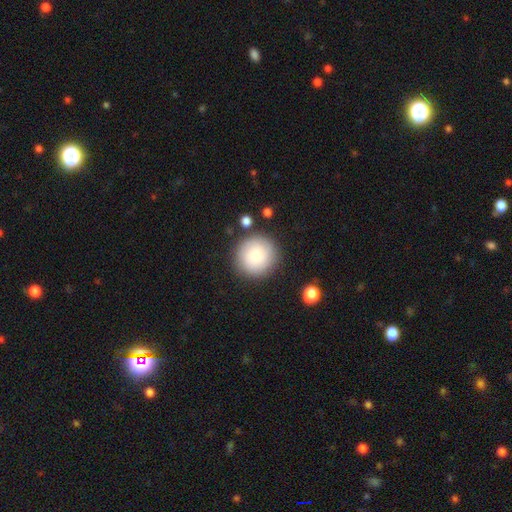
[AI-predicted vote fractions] The model was most divided on "smooth or featured": smooth: 81%, featured or disk: 11%, star or artifact: 7%. More confident: how rounded — round (95%); merging — none (85%).